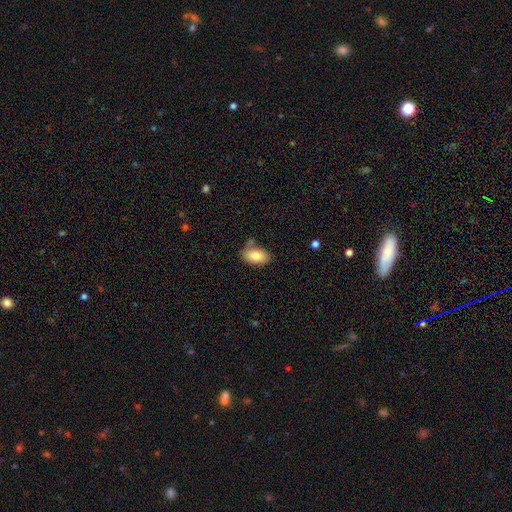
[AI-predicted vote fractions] Smooth or featured? smooth (81%)
How rounded? in between (92%)
Merging? none (67%)